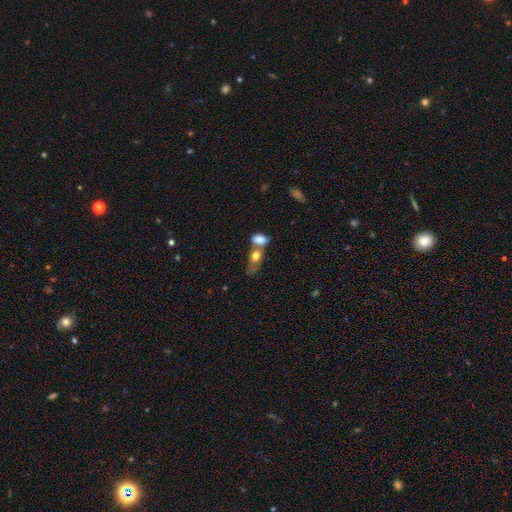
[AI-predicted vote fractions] The model was most divided on "merging": merger: 57%, none: 22%, minor disturbance: 12%, major disturbance: 10%. More confident: how rounded — in between (79%); smooth or featured — smooth (77%).